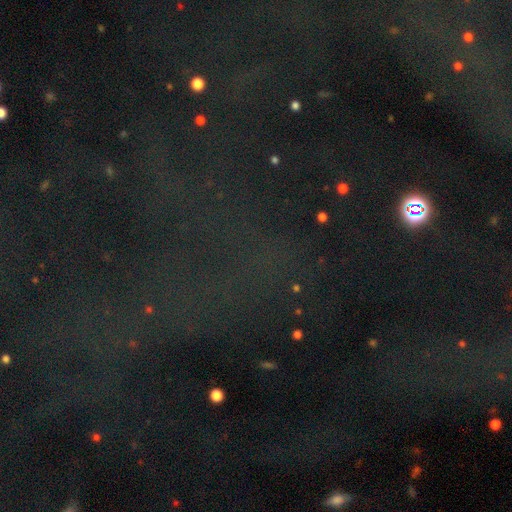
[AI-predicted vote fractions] The model was most divided on "smooth or featured": star or artifact: 73%, smooth: 14%, featured or disk: 12%.